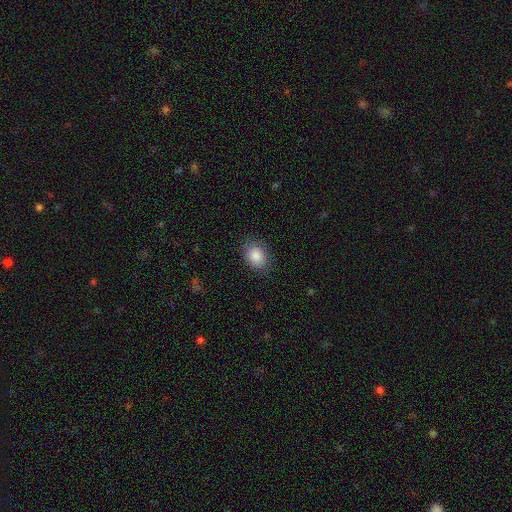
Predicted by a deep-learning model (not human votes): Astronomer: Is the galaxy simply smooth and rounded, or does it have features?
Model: smooth — 87%.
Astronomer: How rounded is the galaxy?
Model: in between — 71%.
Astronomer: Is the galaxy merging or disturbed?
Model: none — 84%.